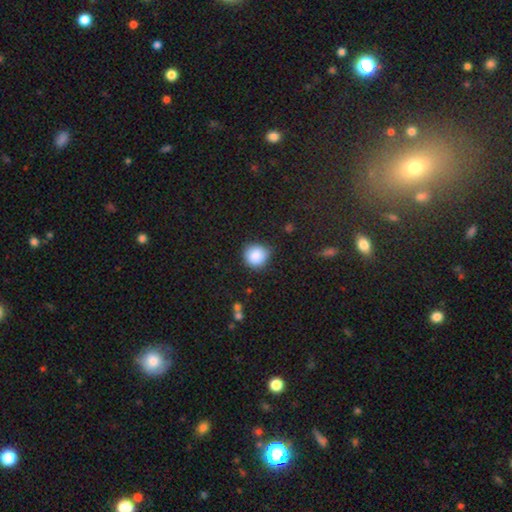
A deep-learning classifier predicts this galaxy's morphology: smooth 86%, star or artifact 9%, featured or disk 5%. Down the decision tree: how rounded — round (91%); merging — none (75%).